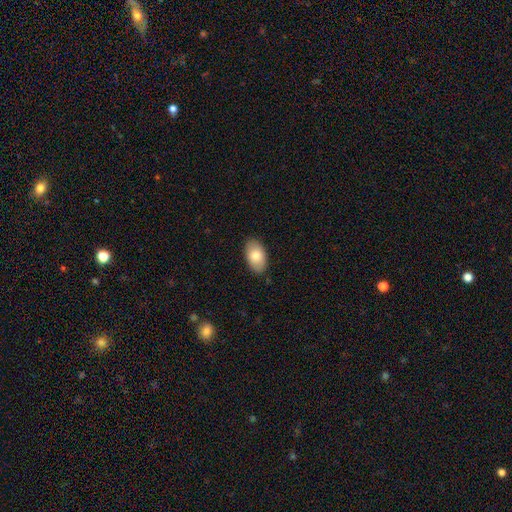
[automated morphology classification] Q: Smooth or featured?
A: smooth (80%); runner-up: featured or disk (14%)
Q: How rounded?
A: in between (94%); runner-up: round (5%)
Q: Merging?
A: none (87%); runner-up: minor disturbance (10%)